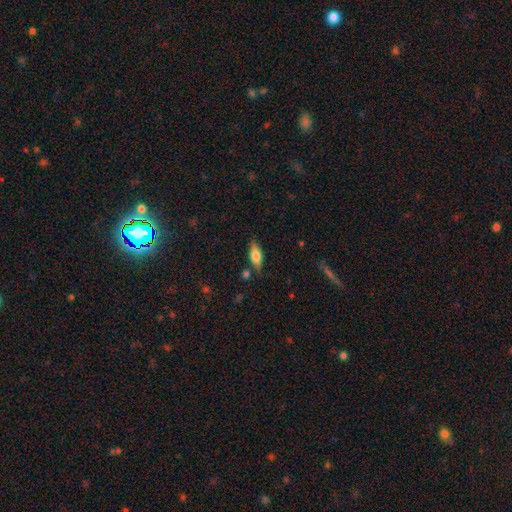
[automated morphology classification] smooth-or-featured: smooth: 64% | featured or disk: 29% | star or artifact: 7%
  how-rounded: in between: 73% | cigar-shaped: 24% | round: 3%
  merging: none: 78% | minor disturbance: 15% | merger: 3% | major disturbance: 3%